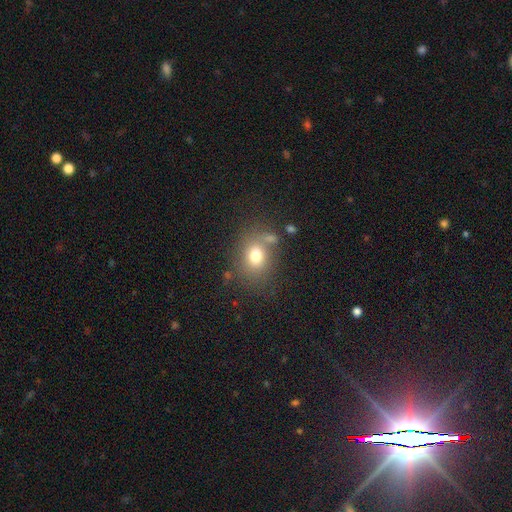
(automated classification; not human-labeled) Smooth or featured: smooth — 75% (star or artifact — 13%)
How rounded: round — 52% (in between — 47%)
Merging: none — 67% (minor disturbance — 15%)